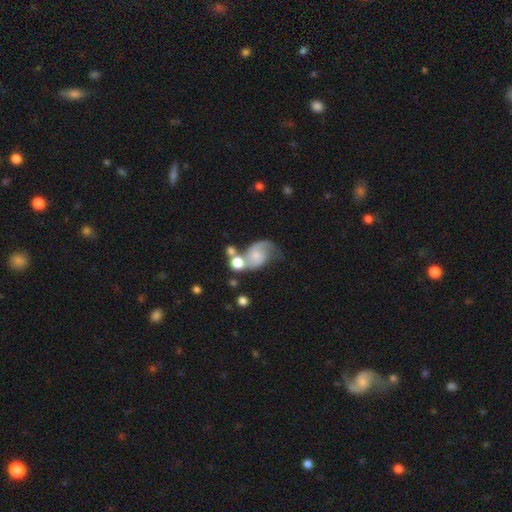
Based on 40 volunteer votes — Q: Smooth or featured?
A: featured or disk (55%); runner-up: smooth (35%)
Q: Edge-on disk?
A: no (100%)
Q: Bar?
A: no (59%); runner-up: weak (36%)
Q: Spiral arms?
A: yes (86%); runner-up: no (14%)
Q: Spiral winding?
A: loose (47%); runner-up: medium (32%)
Q: Spiral arm count?
A: 2 (84%); runner-up: can't tell (11%)
Q: Bulge size?
A: small (45%); runner-up: none (41%)
Q: Merging?
A: merger (42%); runner-up: none (28%)